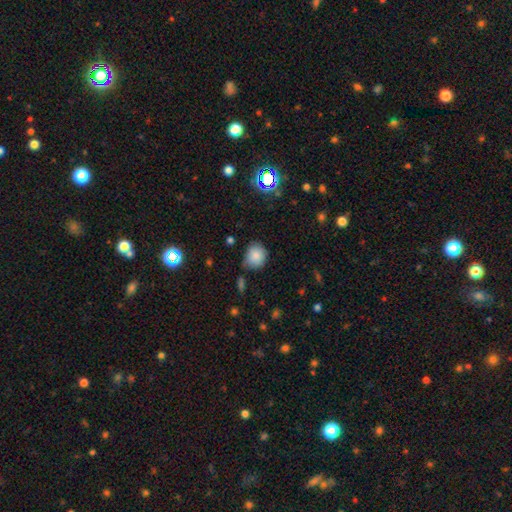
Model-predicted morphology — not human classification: A smooth galaxy with no disk features (83%) that is round (75%). Merging: none (66%).